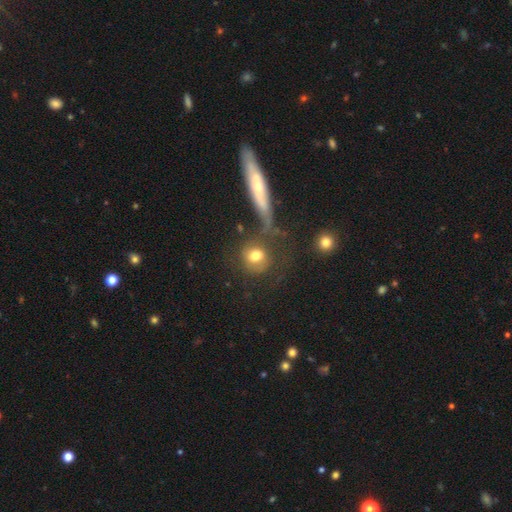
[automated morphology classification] This appears to be a smooth galaxy with no disk features (71%) that is round (79%). Merging: none (52%).